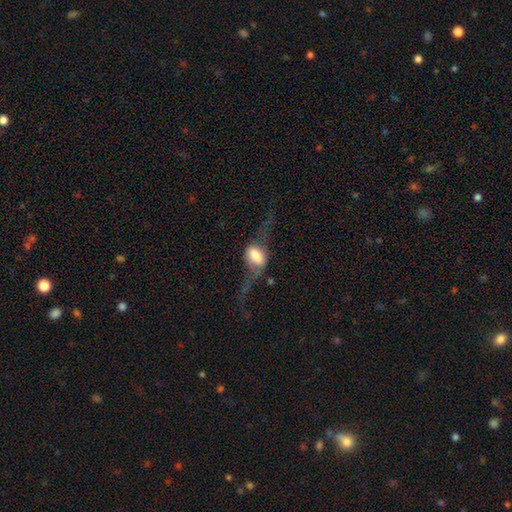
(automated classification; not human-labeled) Smooth or featured? featured or disk (55%)
Edge-on disk? no (56%)
Merging? major disturbance (43%)